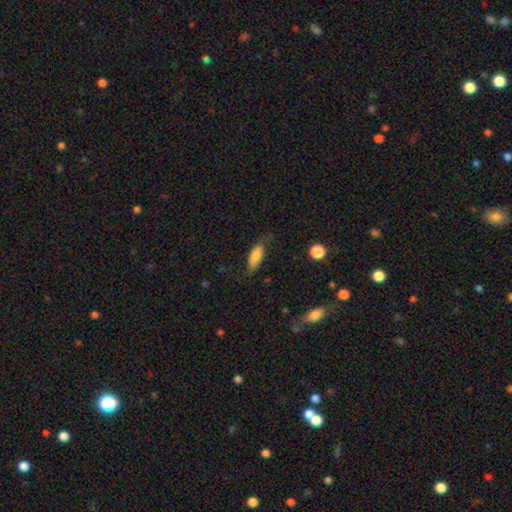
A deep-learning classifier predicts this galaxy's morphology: smooth_or_featured: smooth (p=0.78) [alt: featured or disk p=0.15]
how_rounded: in between (p=0.75) [alt: cigar-shaped p=0.23]
merging: none (p=0.62) [alt: minor disturbance p=0.26]